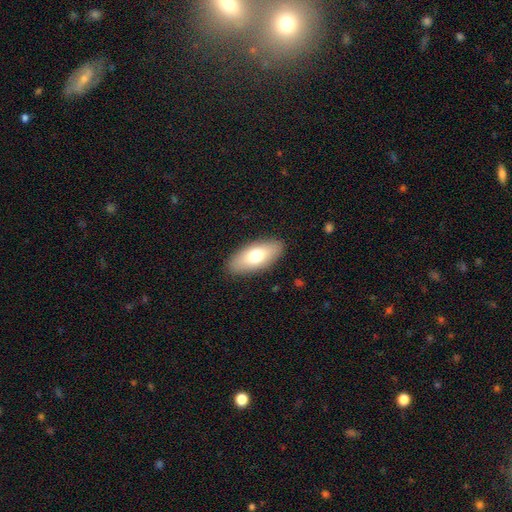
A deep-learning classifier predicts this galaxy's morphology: Smooth or featured? Predicted: smooth (p=0.71). How rounded? Predicted: in between (p=0.87). Merging? Predicted: none (p=0.88).